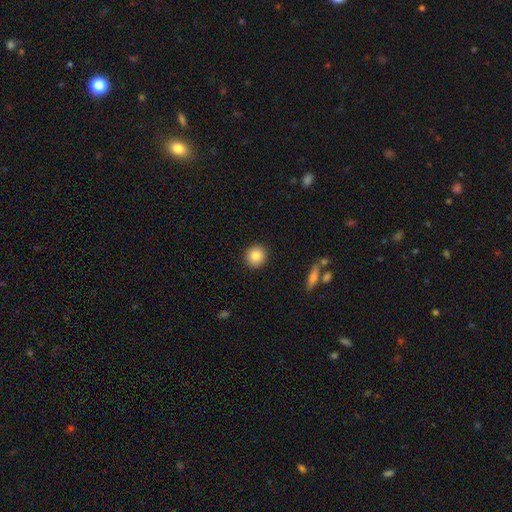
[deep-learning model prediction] Smooth or featured? Predicted: smooth (p=0.85). How rounded? Predicted: round (p=0.90). Merging? Predicted: none (p=0.91).